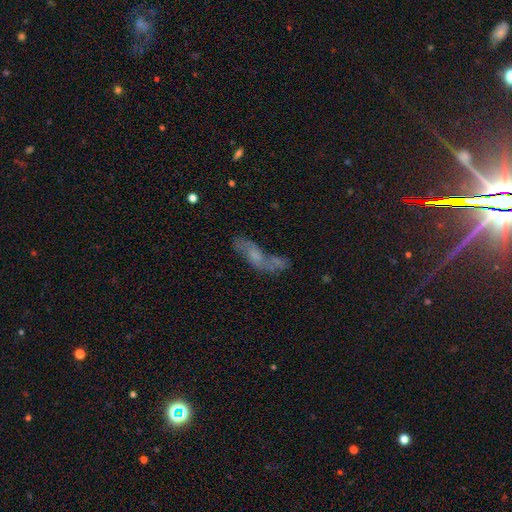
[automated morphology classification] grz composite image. It shows a featured or disk galaxy (47%). Merging: none (37%).